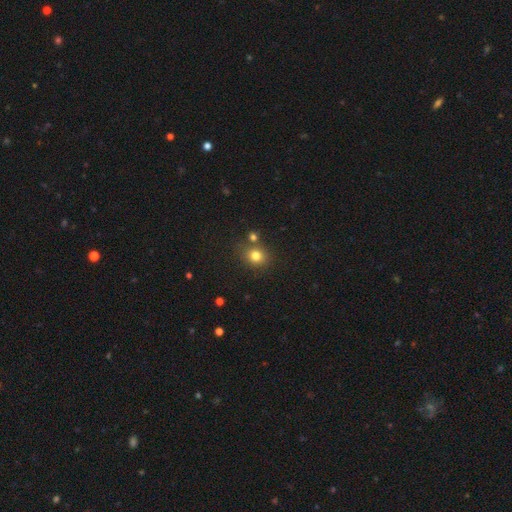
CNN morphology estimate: type=smooth (78%); roundness=round (72%); merging=none (74%).